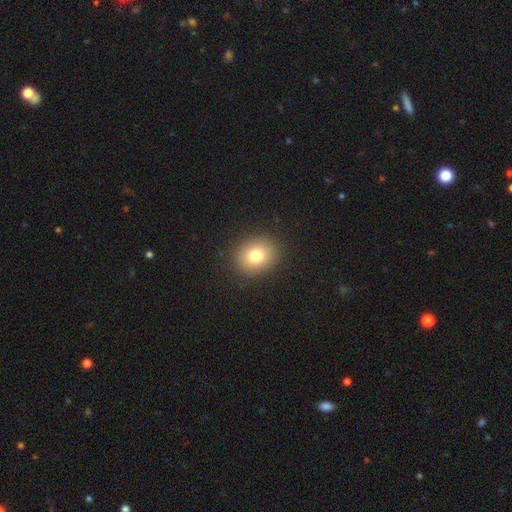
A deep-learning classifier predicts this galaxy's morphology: Overall: smooth (79%). How rounded: round (64%; in between 35%). Merging: none (90%).